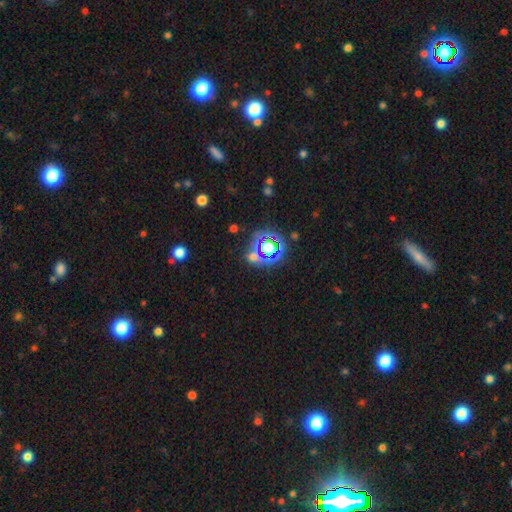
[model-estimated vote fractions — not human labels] Smooth or featured?
  - star or artifact: 72% *
  - smooth: 19%
  - featured or disk: 9%